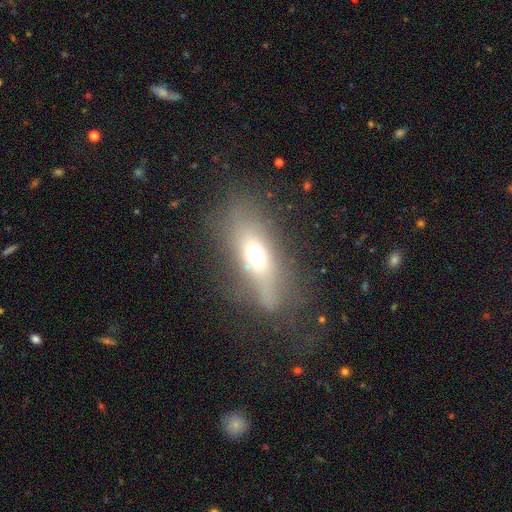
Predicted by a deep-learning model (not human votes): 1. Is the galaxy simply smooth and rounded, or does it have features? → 54% smooth, 32% featured or disk, 14% star or artifact.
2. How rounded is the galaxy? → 64% in between, 27% cigar-shaped, 9% round.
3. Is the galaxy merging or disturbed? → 57% none, 21% minor disturbance, 19% major disturbance, 3% merger.